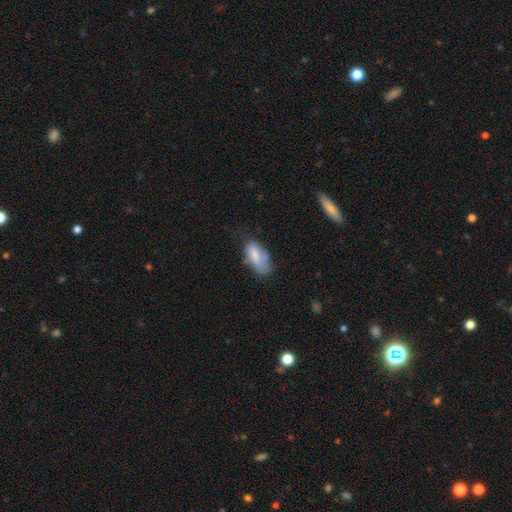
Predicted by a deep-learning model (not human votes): Morphology: type=smooth (73%); roundness=in between (89%); merging=none (36%).